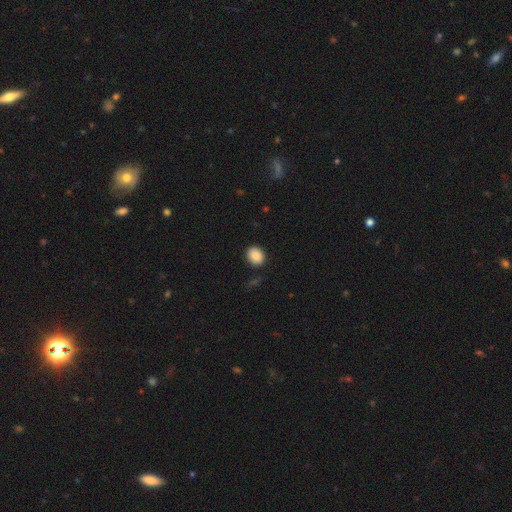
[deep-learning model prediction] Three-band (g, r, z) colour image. It shows a smooth galaxy with no disk features (87%) that is round (61%). Merging: none (87%).